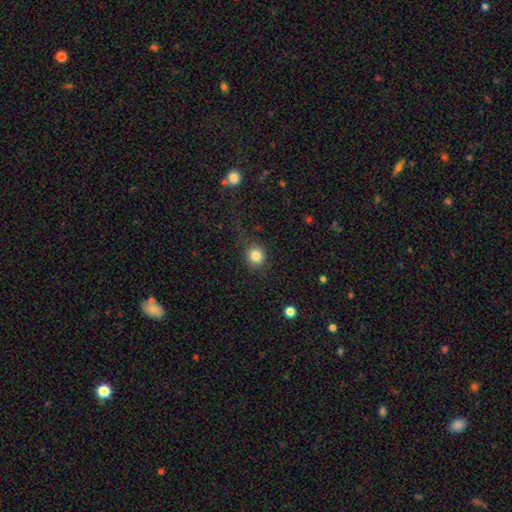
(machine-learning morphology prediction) A smooth galaxy with no disk features (83%) that is round (85%). Merging: none (78%).